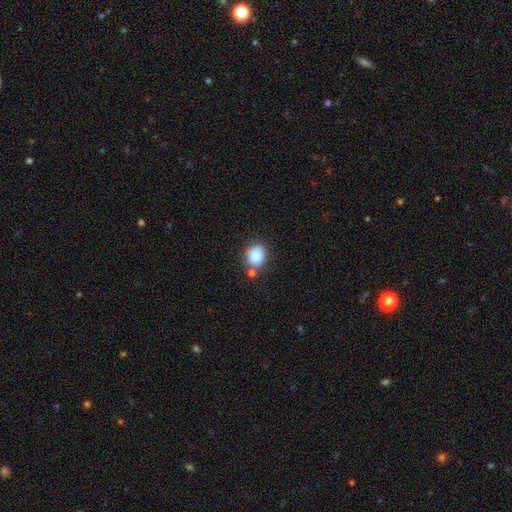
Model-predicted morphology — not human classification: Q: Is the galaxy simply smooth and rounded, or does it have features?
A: smooth — 87%.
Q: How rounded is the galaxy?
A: round — 57%.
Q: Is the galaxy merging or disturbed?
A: none — 69%.